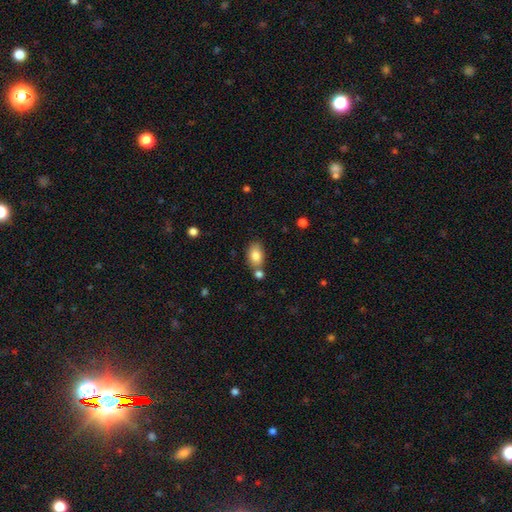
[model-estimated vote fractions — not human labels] Smooth or featured? Predicted: smooth (p=0.82). How rounded? Predicted: in between (p=0.87). Merging? Predicted: none (p=0.66).